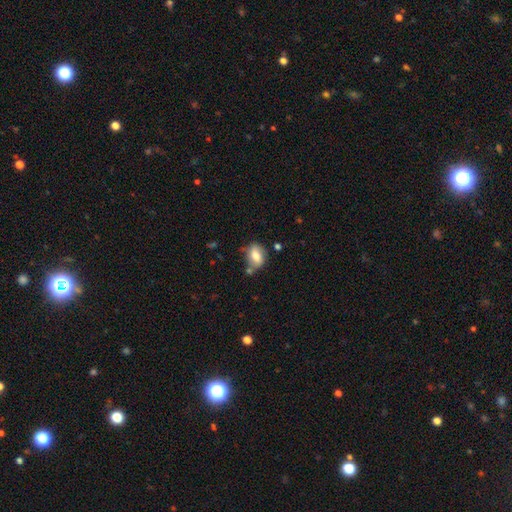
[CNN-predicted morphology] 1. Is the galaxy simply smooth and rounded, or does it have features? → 68% smooth, 24% featured or disk, 8% star or artifact.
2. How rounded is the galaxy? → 72% in between, 25% round, 3% cigar-shaped.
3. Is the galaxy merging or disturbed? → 56% none, 24% minor disturbance, 13% merger, 7% major disturbance.